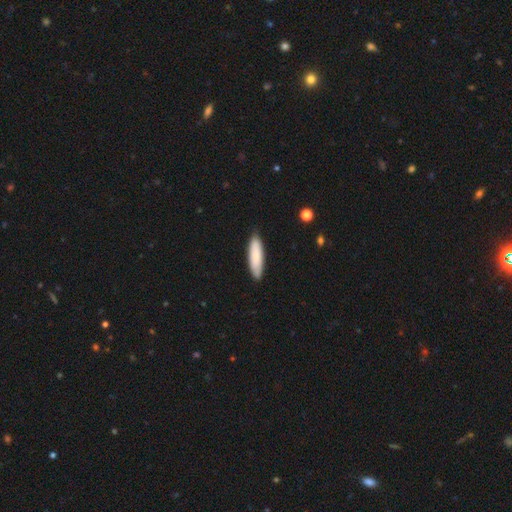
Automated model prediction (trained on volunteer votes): Q: Smooth or featured?
A: smooth (84%); runner-up: featured or disk (10%)
Q: How rounded?
A: cigar-shaped (64%); runner-up: in between (35%)
Q: Merging?
A: none (86%); runner-up: minor disturbance (11%)